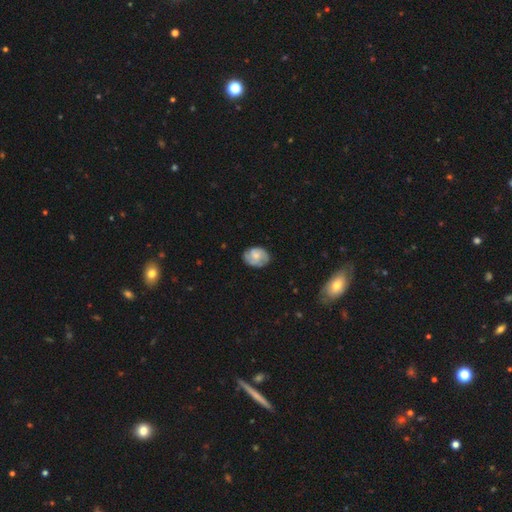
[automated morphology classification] smooth-or-featured: featured or disk: 51% | smooth: 42% | star or artifact: 7%
  disk-edge-on: no: 97% | yes: 3%
  merging: none: 71% | minor disturbance: 22% | major disturbance: 6% | merger: 1%